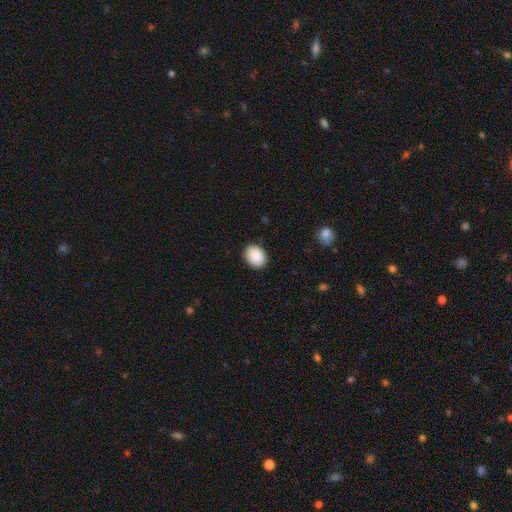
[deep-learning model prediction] This is clearly a smooth galaxy (90%). How rounded: likely in between (61%). Merging: clearly none (87%).